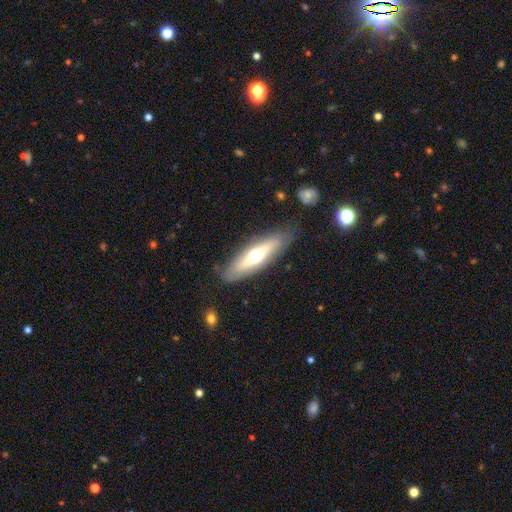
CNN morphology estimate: This is possibly a smooth galaxy (48%). Merging: clearly none (83%).